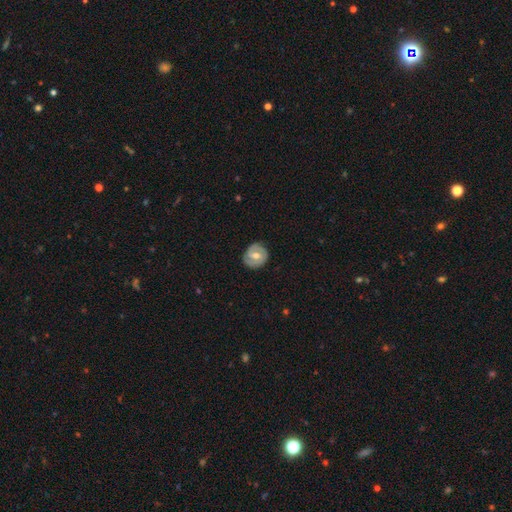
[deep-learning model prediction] The model was most divided on "bar": weak: 48%, no: 36%, strong: 16%. More confident: edge-on disk — no (97%); merging — none (80%); spiral arms — yes (73%); bulge size — moderate (72%); smooth or featured — featured or disk (59%).